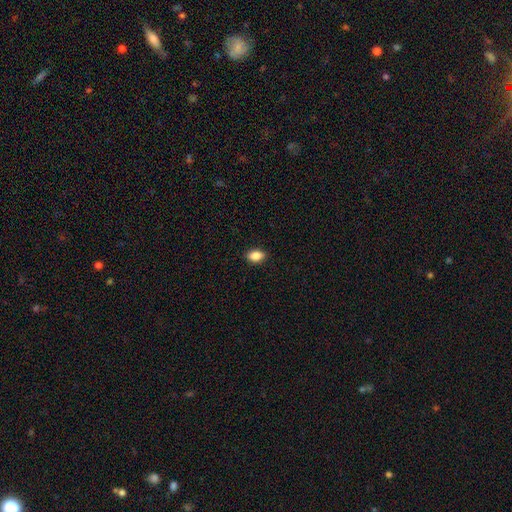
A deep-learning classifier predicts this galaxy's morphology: Smooth or featured? Predicted: smooth (p=0.86). How rounded? Predicted: in between (p=0.84). Merging? Predicted: none (p=0.89).